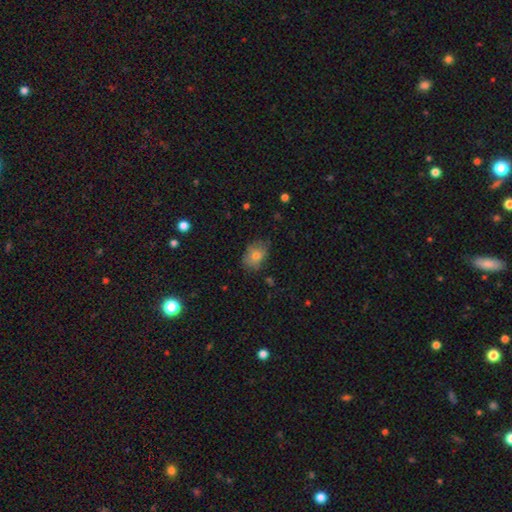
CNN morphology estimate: smooth-or-featured: smooth: 76% | featured or disk: 14% | star or artifact: 10%
  how-rounded: in between: 73% | round: 25% | cigar-shaped: 1%
  merging: none: 70% | minor disturbance: 22% | major disturbance: 6% | merger: 2%